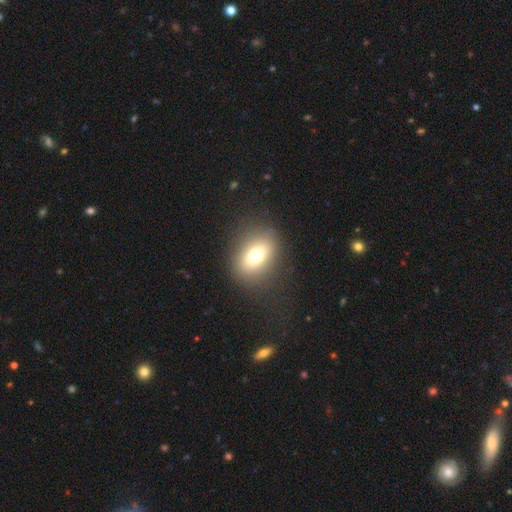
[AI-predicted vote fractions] This is likely a smooth galaxy (70%). How rounded: likely in between (61%). Merging: clearly none (83%).